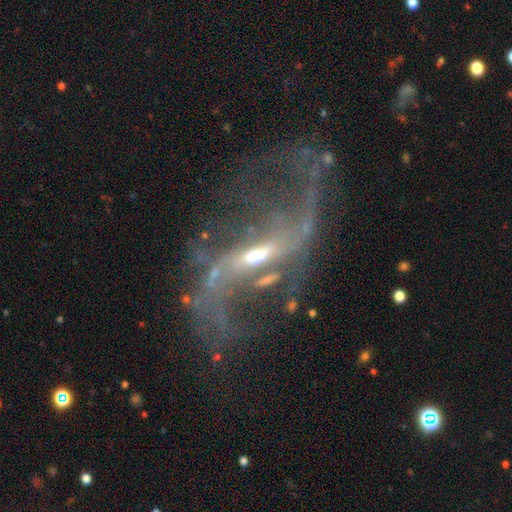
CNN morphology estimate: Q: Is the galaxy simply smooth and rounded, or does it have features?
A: featured or disk — 88%.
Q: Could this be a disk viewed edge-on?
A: no — 91%.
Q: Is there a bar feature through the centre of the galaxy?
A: strong — 42%.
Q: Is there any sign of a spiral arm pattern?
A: yes — 89%.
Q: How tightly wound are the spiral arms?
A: loose — 83%.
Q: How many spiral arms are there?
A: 2 — 85%.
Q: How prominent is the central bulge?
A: small — 53%.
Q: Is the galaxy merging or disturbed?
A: none — 44%.